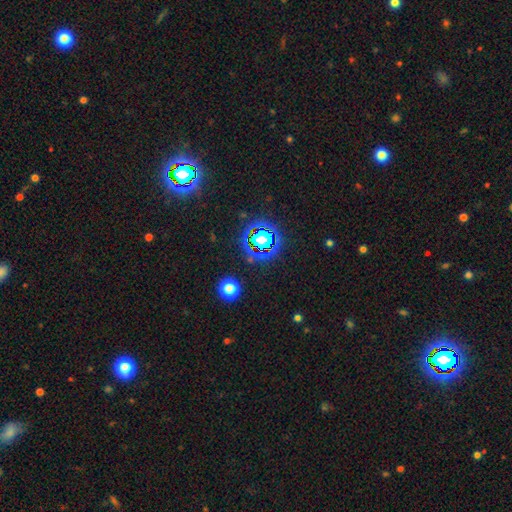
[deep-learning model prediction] star or artifact 79%, smooth 13%, featured or disk 8%.